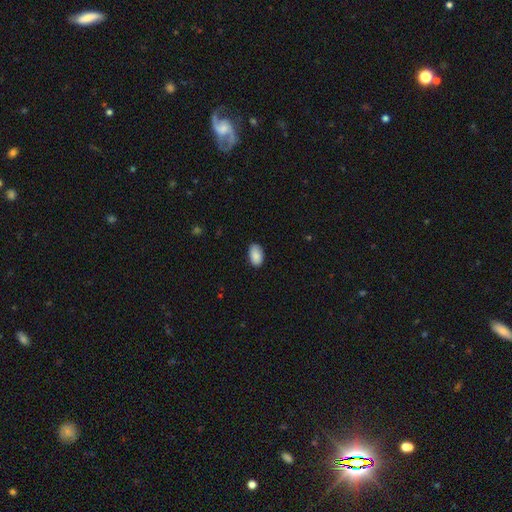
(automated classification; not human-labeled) Morphology: type=smooth (89%); roundness=in between (93%); merging=none (82%).